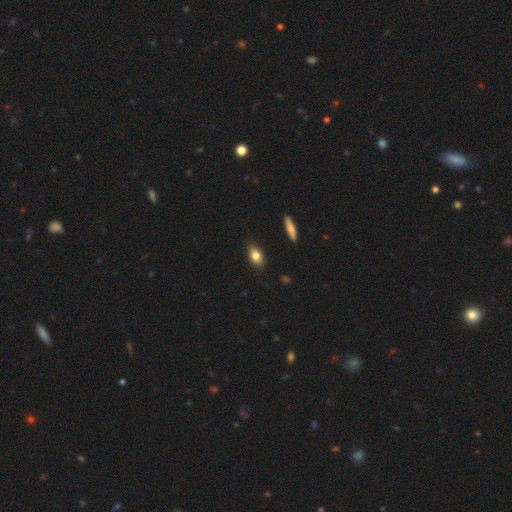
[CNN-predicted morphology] type=smooth (82%); roundness=in between (86%); merging=none (86%).